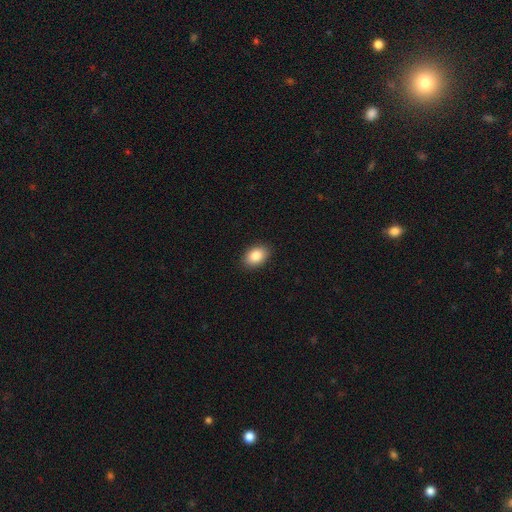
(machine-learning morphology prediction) smooth-or-featured: smooth: 86% | star or artifact: 8% | featured or disk: 6%
  how-rounded: in between: 85% | round: 14% | cigar-shaped: 1%
  merging: none: 89% | minor disturbance: 8% | major disturbance: 2% | merger: 1%